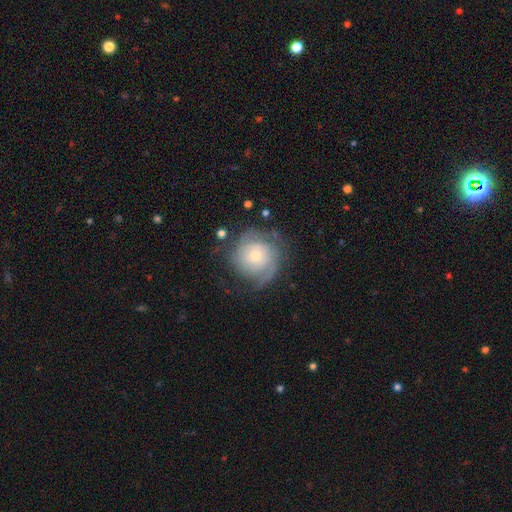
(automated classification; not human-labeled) Smooth or featured?
  - featured or disk: 64% *
  - smooth: 29%
  - star or artifact: 7%
Edge-on disk?
  - no: 98% *
  - yes: 2%
Bar?
  - no: 79% *
  - weak: 18%
  - strong: 3%
Spiral arms?
  - yes: 87% *
  - no: 13%
Spiral winding?
  - tight: 52% *
  - medium: 33%
  - loose: 15%
Spiral arm count?
  - 2: 45% *
  - can't tell: 29%
  - 3: 11%
  - 1: 6%
  - 4: 4%
  - more than 4: 4%
Bulge size?
  - small: 64% *
  - moderate: 27%
  - large: 5%
  - none: 2%
  - dominant: 2%
Merging?
  - none: 62% *
  - minor disturbance: 21%
  - major disturbance: 15%
  - merger: 2%